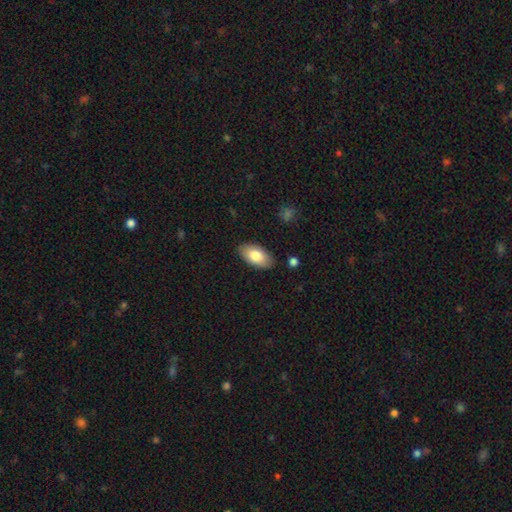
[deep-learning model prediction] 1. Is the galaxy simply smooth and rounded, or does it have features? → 80% smooth, 14% featured or disk, 6% star or artifact.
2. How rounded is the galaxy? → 95% in between, 3% round, 3% cigar-shaped.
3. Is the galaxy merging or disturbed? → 86% none, 11% minor disturbance, 2% major disturbance, 2% merger.